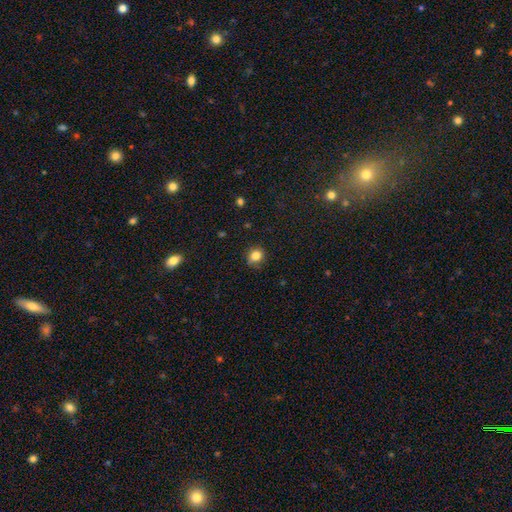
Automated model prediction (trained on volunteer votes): Q: Smooth or featured?
A: smooth (82%); runner-up: star or artifact (12%)
Q: How rounded?
A: round (76%); runner-up: in between (23%)
Q: Merging?
A: none (82%); runner-up: minor disturbance (14%)